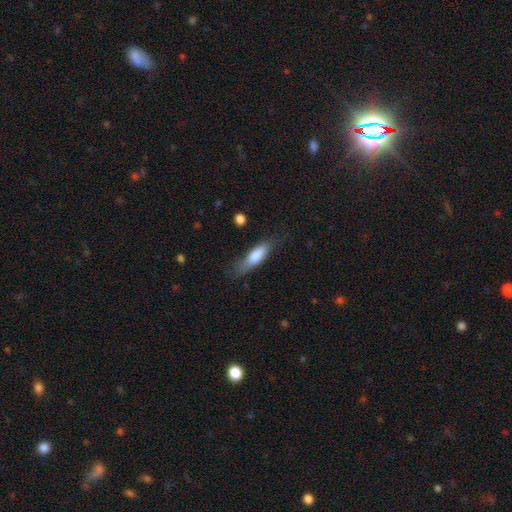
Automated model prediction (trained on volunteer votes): smooth 74%, featured or disk 20%, star or artifact 6%. Down the decision tree: how rounded — cigar-shaped (52%); merging — none (61%).